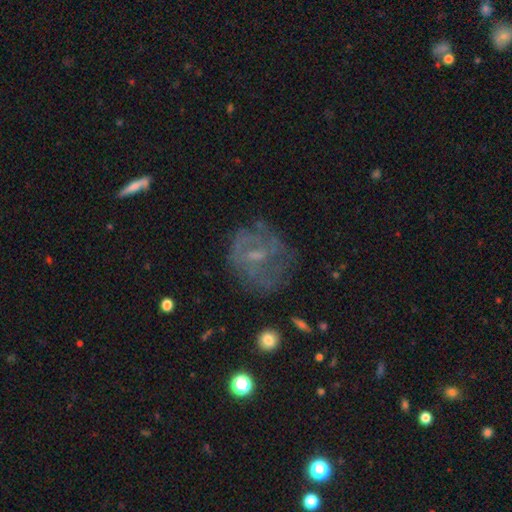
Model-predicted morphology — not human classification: The model was most divided on "bar": weak: 49%, no: 41%, strong: 11%. More confident: edge-on disk — no (96%); smooth or featured — featured or disk (61%); merging — none (61%); spiral arms — yes (59%); bulge size — small (54%).